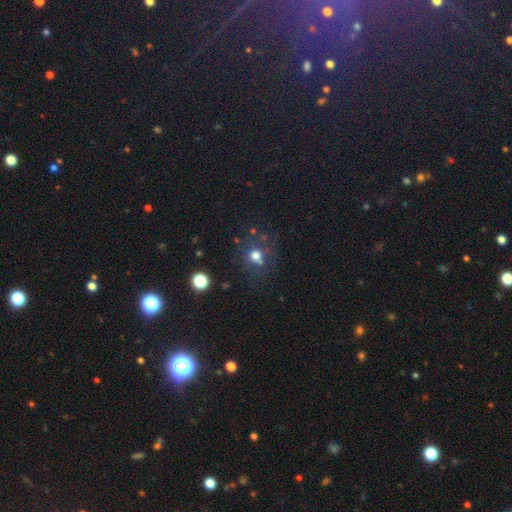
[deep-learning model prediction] smooth-or-featured: smooth: 69% | star or artifact: 19% | featured or disk: 12%
  how-rounded: round: 86% | in between: 13% | cigar-shaped: 1%
  merging: none: 68% | minor disturbance: 13% | merger: 12% | major disturbance: 7%